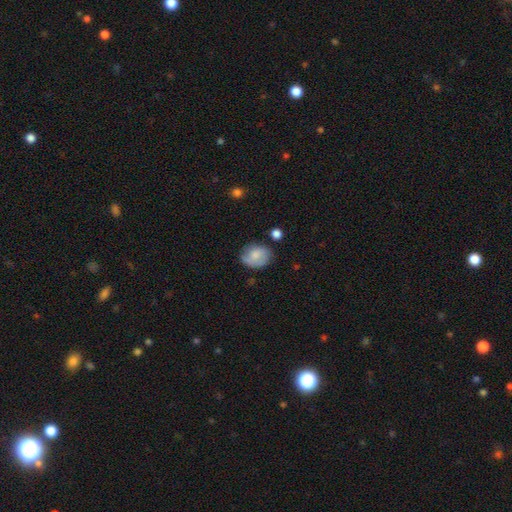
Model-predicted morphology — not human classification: smooth-or-featured: smooth: 73% | featured or disk: 20% | star or artifact: 8%
  how-rounded: in between: 53% | round: 46% | cigar-shaped: 1%
  merging: none: 67% | minor disturbance: 24% | major disturbance: 6% | merger: 3%